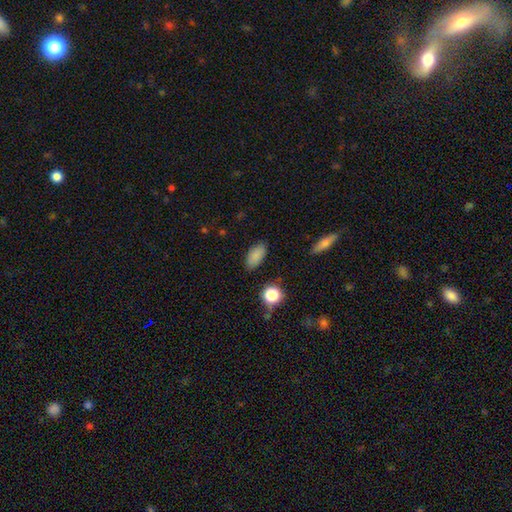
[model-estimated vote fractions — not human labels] smooth_or_featured: smooth (p=0.84) [alt: star or artifact p=0.10]
how_rounded: in between (p=0.89) [alt: cigar-shaped p=0.05]
merging: none (p=0.84) [alt: minor disturbance p=0.11]